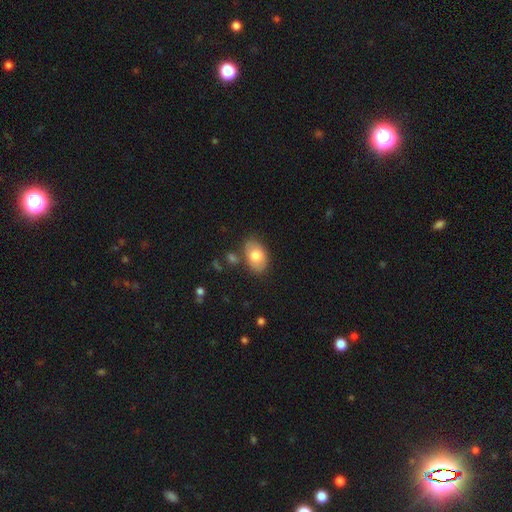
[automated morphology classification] type=smooth (75%); roundness=in between (89%); merging=none (76%).